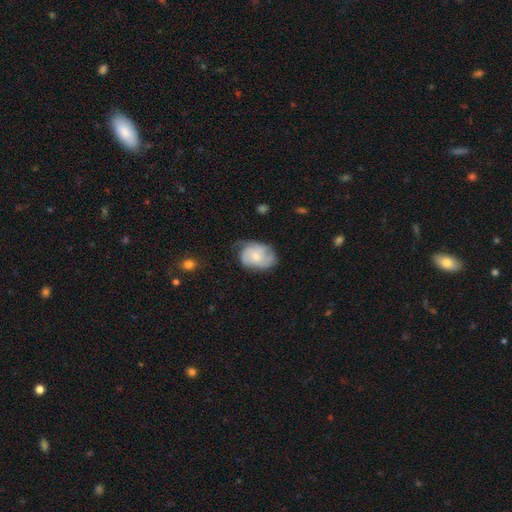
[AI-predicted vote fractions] Smooth or featured: featured or disk — 58% (smooth — 35%)
Edge-on disk: no — 97% (yes — 3%)
Bar: no — 74% (weak — 23%)
Spiral arms: yes — 86% (no — 14%)
Bulge size: small — 56% (moderate — 37%)
Merging: none — 52% (minor disturbance — 32%)